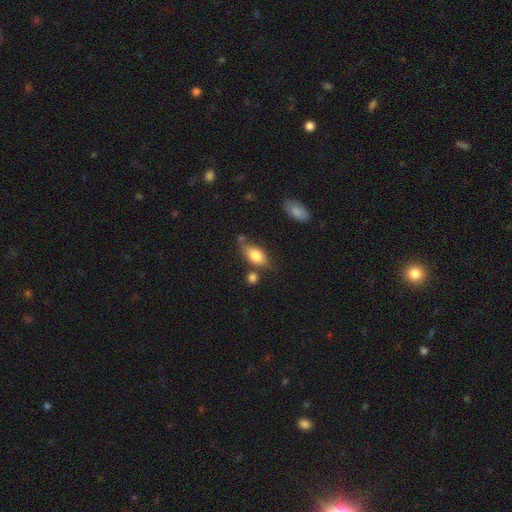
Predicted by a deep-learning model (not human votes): Smooth or featured?
  - smooth: 79% *
  - featured or disk: 14%
  - star or artifact: 7%
How rounded?
  - in between: 86% *
  - cigar-shaped: 7%
  - round: 7%
Merging?
  - none: 64% *
  - minor disturbance: 19%
  - merger: 12%
  - major disturbance: 5%